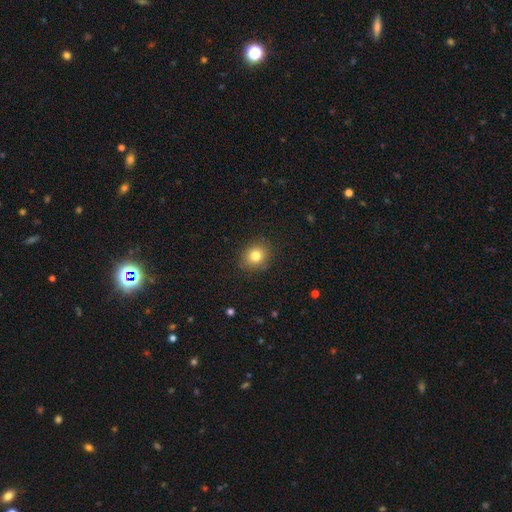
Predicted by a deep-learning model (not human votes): This is clearly a smooth galaxy (80%). How rounded: likely round (68%). Merging: clearly none (87%).